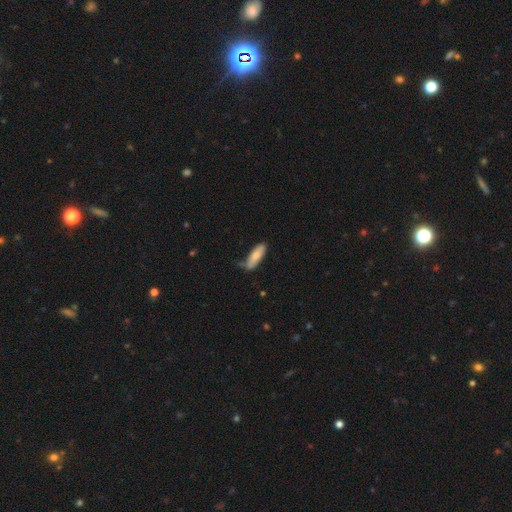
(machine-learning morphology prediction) Smooth or featured? Predicted: smooth (p=0.79). How rounded? Predicted: in between (p=0.51). Merging? Predicted: none (p=0.57).